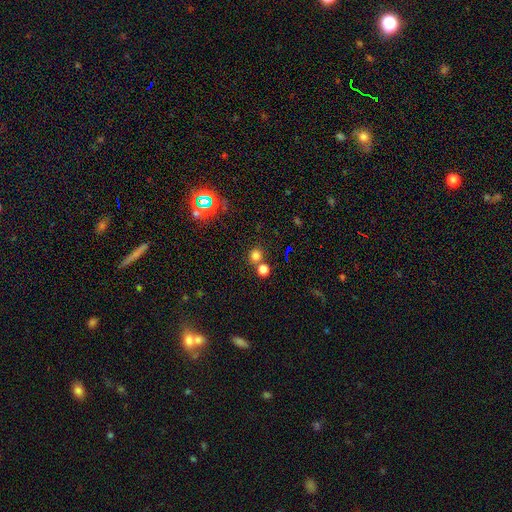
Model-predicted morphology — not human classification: Q: Smooth or featured?
A: smooth (73%); runner-up: star or artifact (21%)
Q: How rounded?
A: round (89%); runner-up: in between (10%)
Q: Merging?
A: none (67%); runner-up: merger (23%)